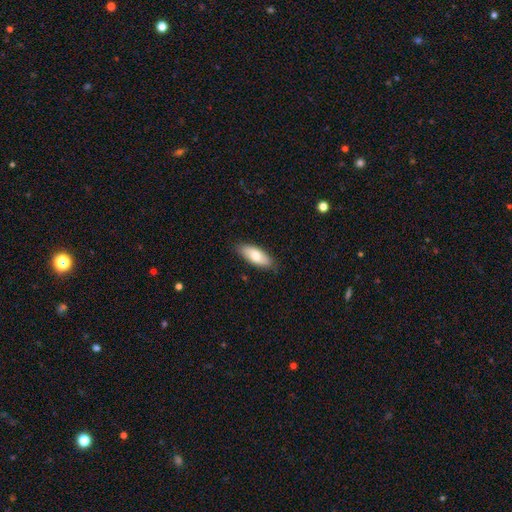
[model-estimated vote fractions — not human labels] Smooth or featured?
  - smooth: 79% *
  - featured or disk: 15%
  - star or artifact: 6%
How rounded?
  - in between: 77% *
  - cigar-shaped: 21%
  - round: 2%
Merging?
  - none: 86% *
  - minor disturbance: 11%
  - major disturbance: 2%
  - merger: 1%